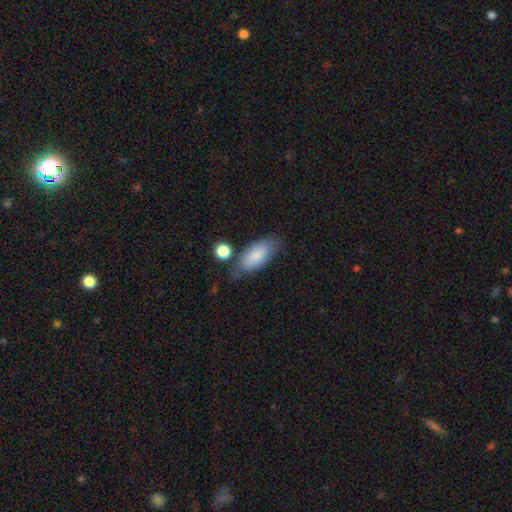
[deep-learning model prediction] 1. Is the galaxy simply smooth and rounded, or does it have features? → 82% smooth, 12% featured or disk, 6% star or artifact.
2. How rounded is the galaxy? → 86% in between, 11% cigar-shaped, 3% round.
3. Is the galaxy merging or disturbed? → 59% none, 25% minor disturbance, 8% merger, 7% major disturbance.